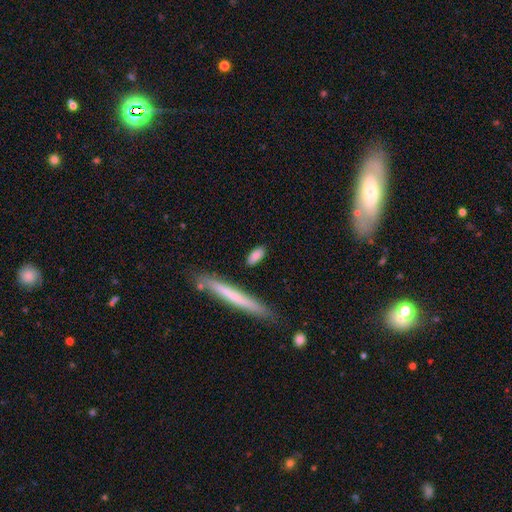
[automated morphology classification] smooth-or-featured: smooth: 82% | featured or disk: 12% | star or artifact: 6%
  how-rounded: in between: 66% | cigar-shaped: 31% | round: 3%
  merging: none: 83% | minor disturbance: 11% | merger: 3% | major disturbance: 3%